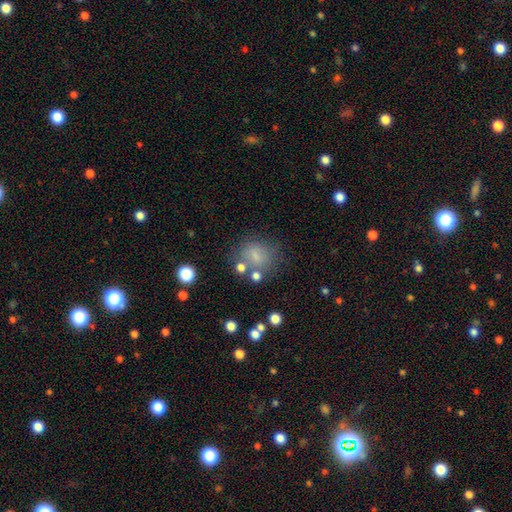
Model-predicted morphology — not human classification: This is likely a smooth galaxy (69%). How rounded: likely round (70%). Merging: likely none (63%).